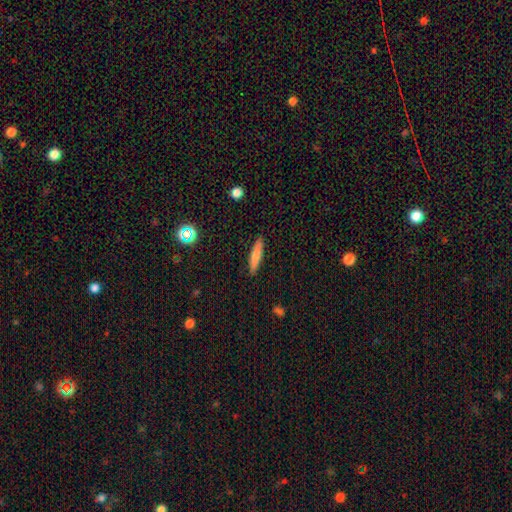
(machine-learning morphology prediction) Smooth or featured? smooth (75%)
How rounded? cigar-shaped (86%)
Merging? none (90%)